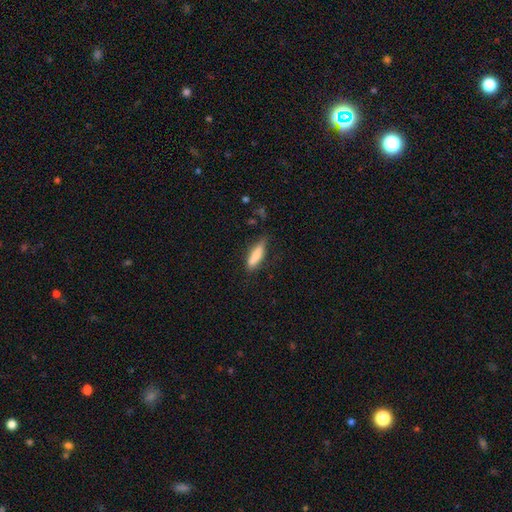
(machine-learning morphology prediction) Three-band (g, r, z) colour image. It shows a smooth galaxy with no disk features (78%) that is cigar-shaped (64%). Merging: none (65%).